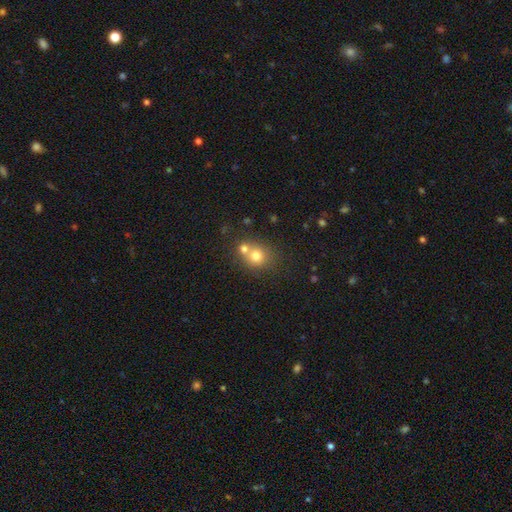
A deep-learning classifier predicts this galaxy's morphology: smooth 73%, featured or disk 14%, star or artifact 13%. Down the decision tree: how rounded — round (78%); merging — merger (45%).